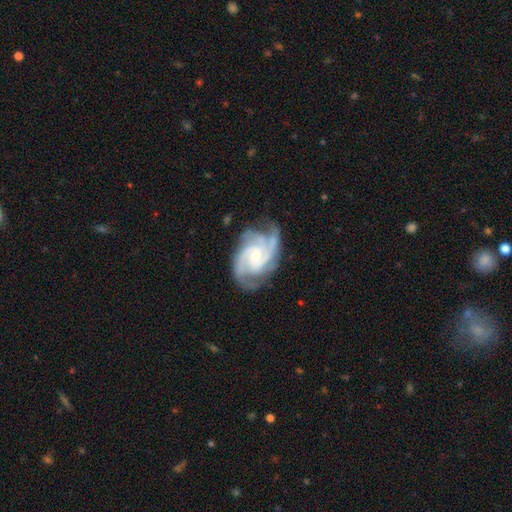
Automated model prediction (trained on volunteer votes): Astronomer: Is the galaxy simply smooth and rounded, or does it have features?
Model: featured or disk — 92%.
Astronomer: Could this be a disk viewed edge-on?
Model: no — 98%.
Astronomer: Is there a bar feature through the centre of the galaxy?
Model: no — 57% (runner-up: weak, 34%).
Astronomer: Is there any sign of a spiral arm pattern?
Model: yes — 99%.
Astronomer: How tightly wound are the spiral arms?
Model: tight — 49% (runner-up: medium, 45%).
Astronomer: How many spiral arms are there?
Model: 3 — 47% (runner-up: 2, 25%).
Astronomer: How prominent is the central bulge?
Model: small — 66%.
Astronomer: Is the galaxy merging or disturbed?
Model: none — 74%.